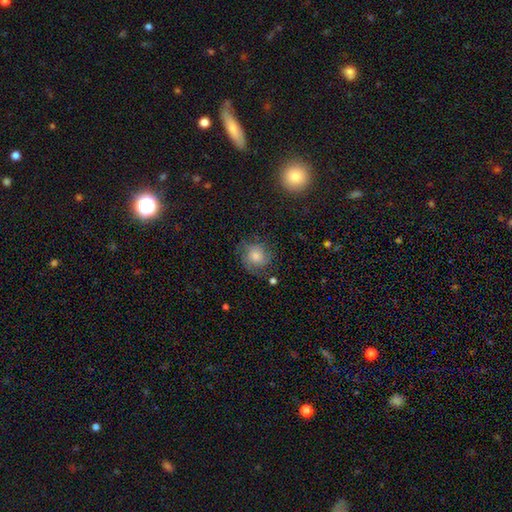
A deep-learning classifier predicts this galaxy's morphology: smooth_or_featured: featured or disk (p=0.48) [alt: smooth p=0.37]
merging: none (p=0.73) [alt: minor disturbance p=0.16]